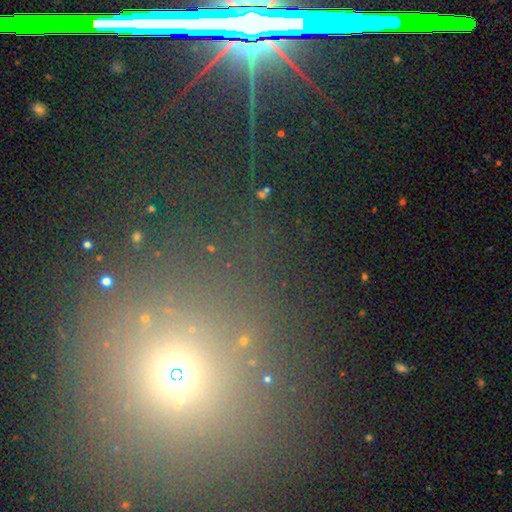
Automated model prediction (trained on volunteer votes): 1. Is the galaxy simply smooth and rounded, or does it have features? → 50% star or artifact, 38% smooth, 12% featured or disk.